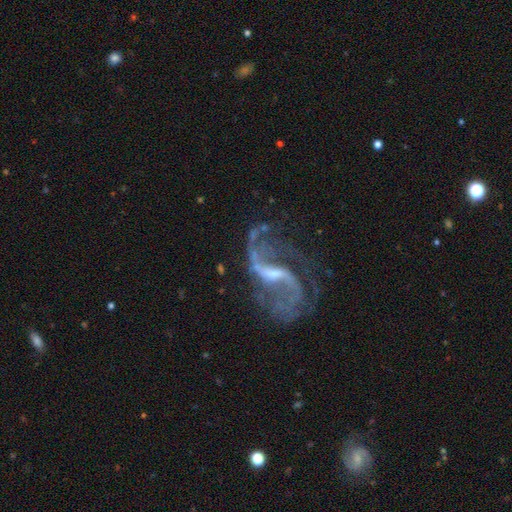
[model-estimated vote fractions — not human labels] A featured or disk galaxy (89%) with a weak bar (53%), 2 (86%) loose (75%) spiral arms (96%) and a small central bulge (58%).

Vote fractions:
- Smooth or featured? featured or disk: 89% / star or artifact: 7% / smooth: 3%
- Edge-on disk? no: 97% / yes: 3%
- Bar? weak: 53% / strong: 31% / no: 16%
- Spiral arms? yes: 96% / no: 4%
- Spiral winding? loose: 75% / medium: 20% / tight: 5%
- Spiral arm count? 2: 86% / can't tell: 4% / 1: 3% / 3: 3% / 4: 2% / more than 4: 2%
- Bulge size? small: 58% / moderate: 26% / none: 14% / large: 2% / dominant: 1%
- Merging? none: 58% / major disturbance: 21% / minor disturbance: 17% / merger: 4%